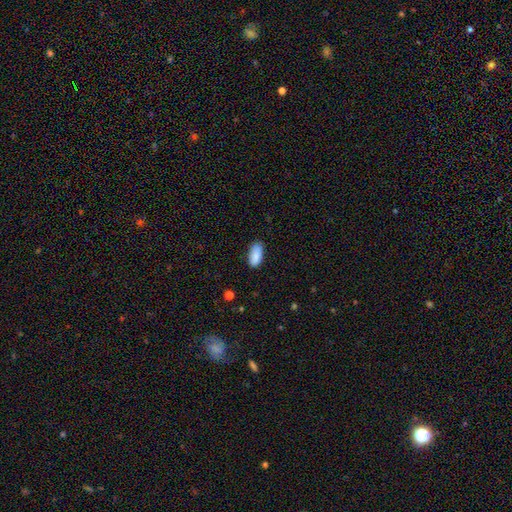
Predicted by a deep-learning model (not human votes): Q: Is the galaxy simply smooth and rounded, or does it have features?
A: smooth — 89%.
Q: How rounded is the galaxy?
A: in between — 91%.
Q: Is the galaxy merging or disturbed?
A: none — 82%.